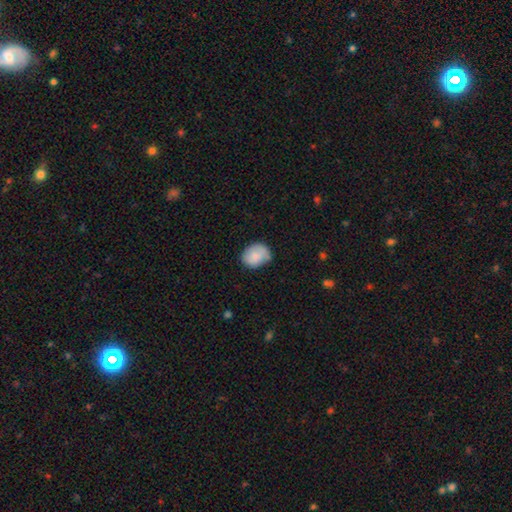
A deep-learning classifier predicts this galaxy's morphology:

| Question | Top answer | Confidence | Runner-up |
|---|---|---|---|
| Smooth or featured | smooth | 79% | featured or disk (13%) |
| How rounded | in between | 52% | round (48%) |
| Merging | none | 62% | minor disturbance (30%) |